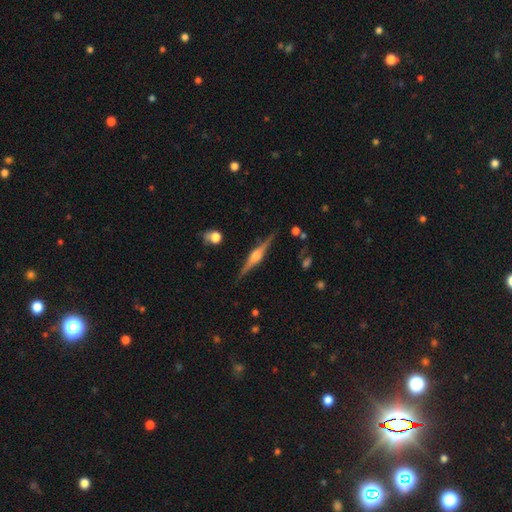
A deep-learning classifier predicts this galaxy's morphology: Overall: featured or disk (83%). Edge-on disk: yes (98%). Edge-on bulge: rounded (86%). Merging: none (88%).